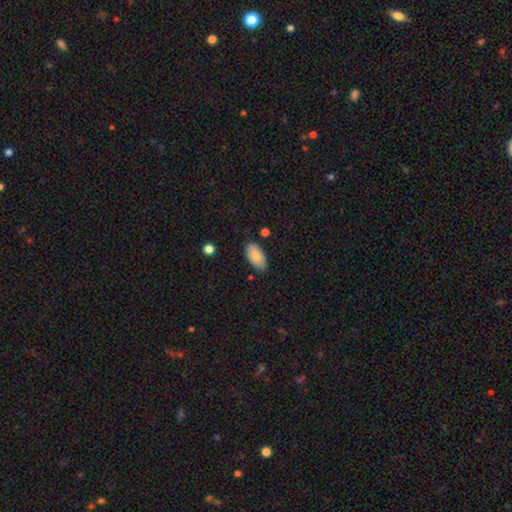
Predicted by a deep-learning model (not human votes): A smooth galaxy with no disk features (86%) that is in between round and cigar-shaped (95%). Merging: none (82%).